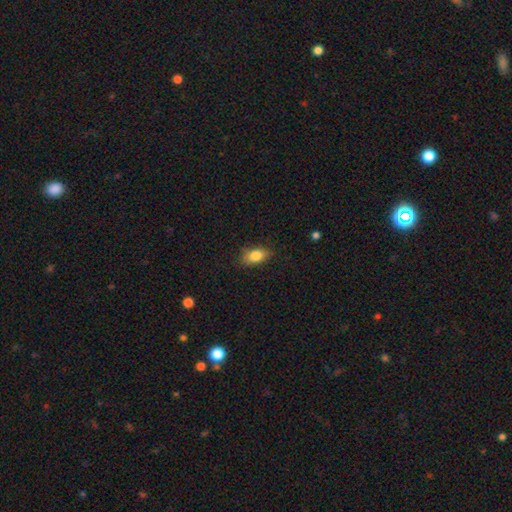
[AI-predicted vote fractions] smooth_or_featured: smooth (p=0.84) [alt: star or artifact p=0.08]
how_rounded: in between (p=0.88) [alt: round p=0.08]
merging: none (p=0.82) [alt: minor disturbance p=0.14]